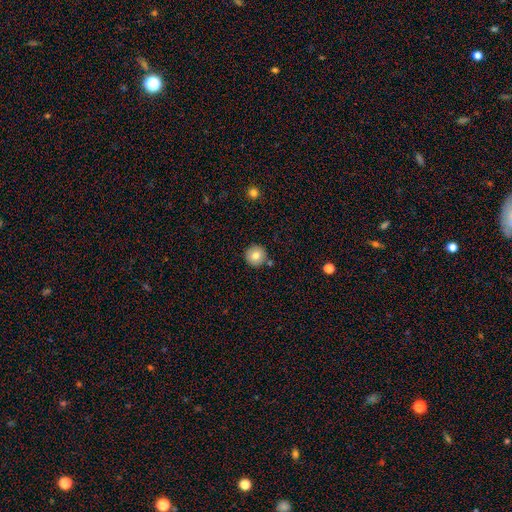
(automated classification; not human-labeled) Smooth or featured?
  - smooth: 79% *
  - featured or disk: 12%
  - star or artifact: 9%
How rounded?
  - round: 96% *
  - in between: 3%
  - cigar-shaped: 1%
Merging?
  - none: 85% *
  - minor disturbance: 8%
  - merger: 5%
  - major disturbance: 2%